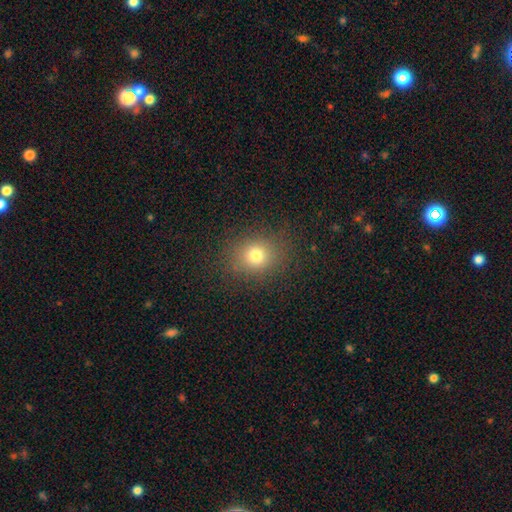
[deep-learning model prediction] smooth-or-featured: smooth: 75% | star or artifact: 16% | featured or disk: 9%
  how-rounded: round: 68% | in between: 31% | cigar-shaped: 1%
  merging: none: 85% | minor disturbance: 9% | major disturbance: 4% | merger: 1%